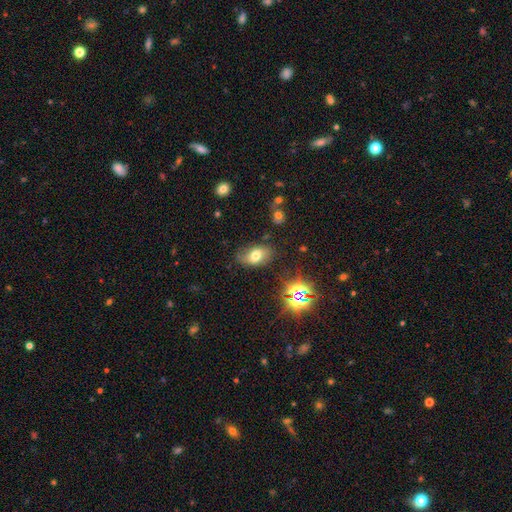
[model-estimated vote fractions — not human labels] A smooth galaxy with no disk features (64%) that is in between round and cigar-shaped (87%). Merging: none (70%).